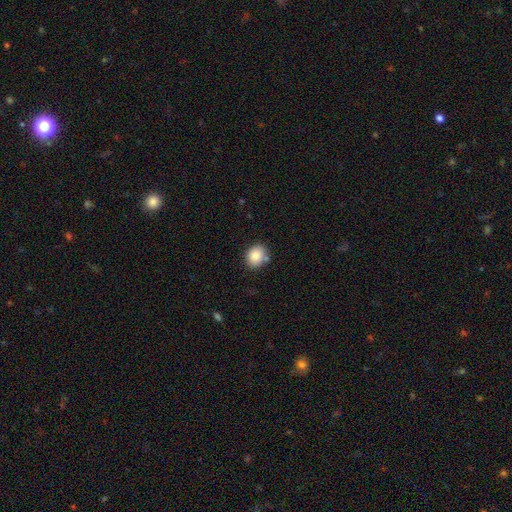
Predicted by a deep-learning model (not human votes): smooth_or_featured: smooth (p=0.87) [alt: star or artifact p=0.08]
how_rounded: round (p=0.51) [alt: in between p=0.48]
merging: none (p=0.75) [alt: minor disturbance p=0.15]